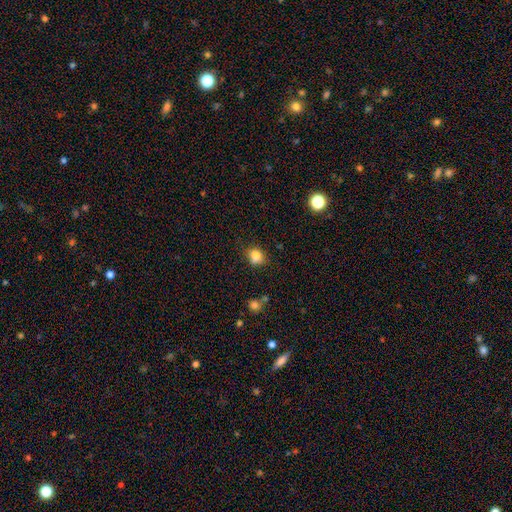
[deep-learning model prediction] Smooth or featured? smooth (83%)
How rounded? round (66%)
Merging? none (70%)